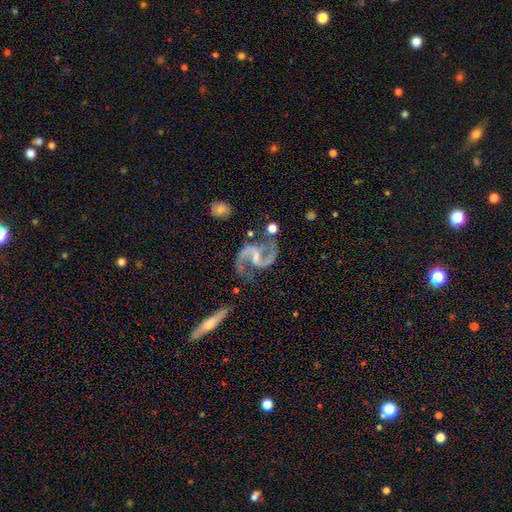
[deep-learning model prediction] Morphology: type=featured or disk (93%); edge-on=no (97%); bar=weak (46%); spiral arms=yes (98%); winding=medium (55%); arm count=2 (94%); bulge=small (50%); merging=none (67%).